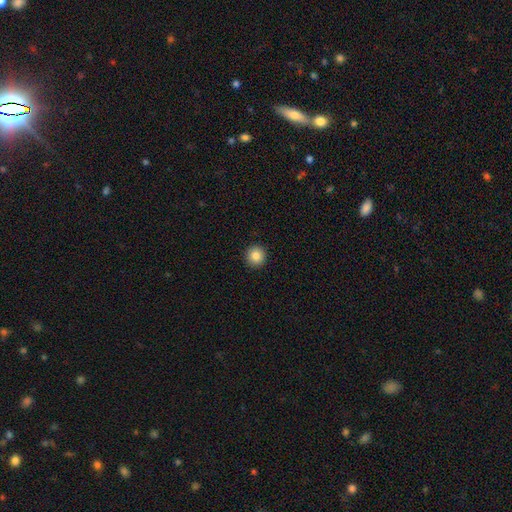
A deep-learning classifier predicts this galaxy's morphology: Q: Smooth or featured?
A: smooth (85%); runner-up: star or artifact (9%)
Q: How rounded?
A: round (95%); runner-up: in between (4%)
Q: Merging?
A: none (93%); runner-up: minor disturbance (4%)